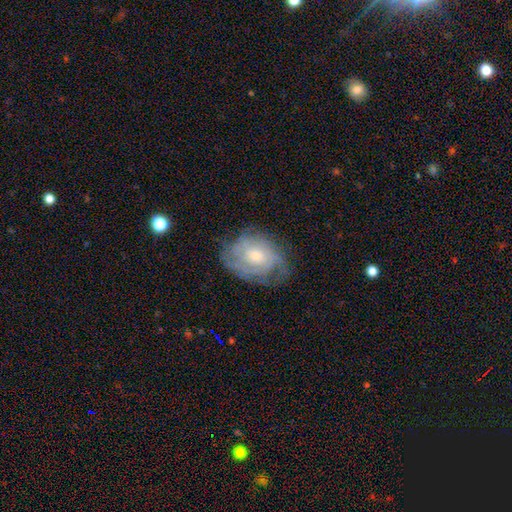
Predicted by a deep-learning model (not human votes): A featured or disk galaxy (66%) with no bar (76%), tight (57%) spiral arms (82%) and a moderate central bulge (52%).

Vote fractions:
- Smooth or featured? featured or disk: 66% / smooth: 26% / star or artifact: 7%
- Edge-on disk? no: 97% / yes: 3%
- Bar? no: 76% / weak: 21% / strong: 3%
- Spiral arms? yes: 82% / no: 18%
- Spiral winding? tight: 57% / medium: 31% / loose: 11%
- Spiral arm count? can't tell: 52% / 2: 16% / 3: 14% / 4: 8% / 1: 5% / more than 4: 5%
- Bulge size? moderate: 52% / small: 39% / large: 6% / none: 3% / dominant: 1%
- Merging? none: 61% / minor disturbance: 25% / major disturbance: 13% / merger: 1%